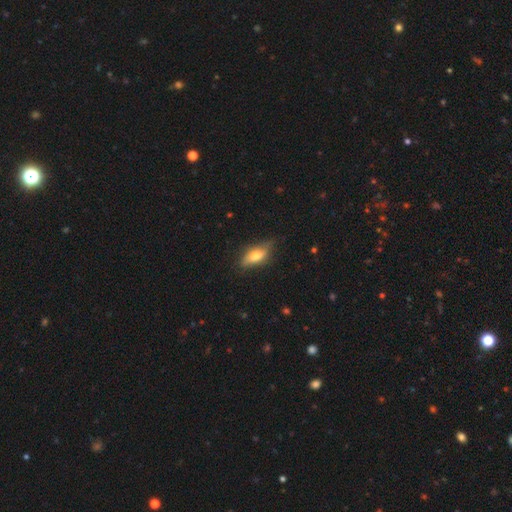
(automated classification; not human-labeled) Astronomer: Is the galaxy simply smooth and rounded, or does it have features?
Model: smooth — 60%.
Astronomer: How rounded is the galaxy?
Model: in between — 75%.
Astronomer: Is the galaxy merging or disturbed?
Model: none — 70%.